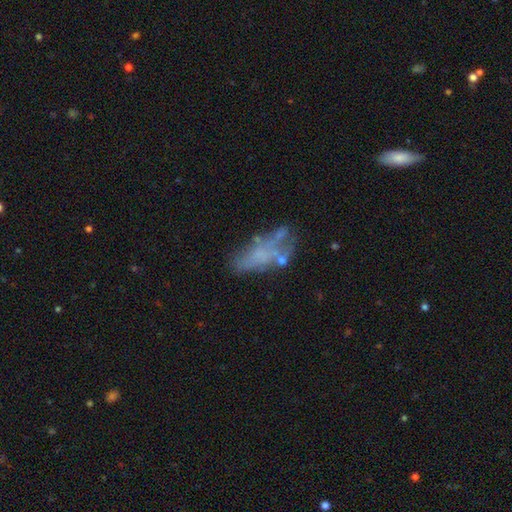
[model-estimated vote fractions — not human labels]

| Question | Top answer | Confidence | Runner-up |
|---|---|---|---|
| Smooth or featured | featured or disk | 47% | smooth (39%) |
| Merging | none | 38% | major disturbance (25%) |